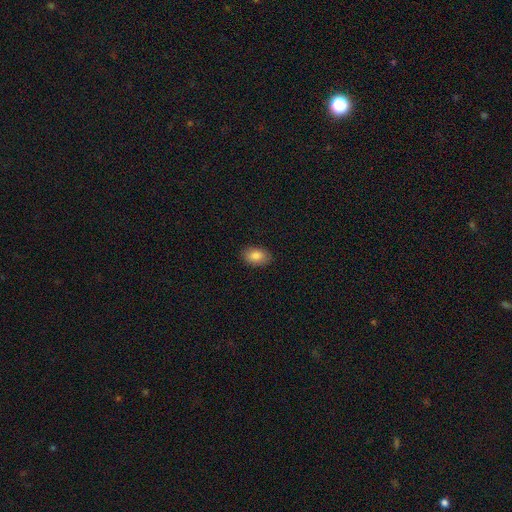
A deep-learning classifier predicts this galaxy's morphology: Smooth or featured? smooth (86%)
How rounded? in between (89%)
Merging? none (87%)